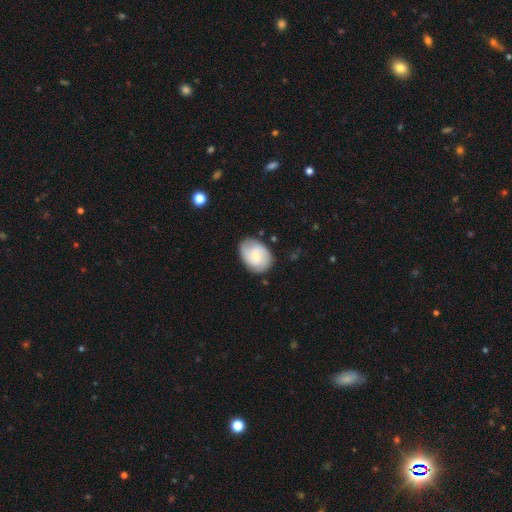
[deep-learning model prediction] This appears to be a featured or disk galaxy (48%). Merging: none (75%).